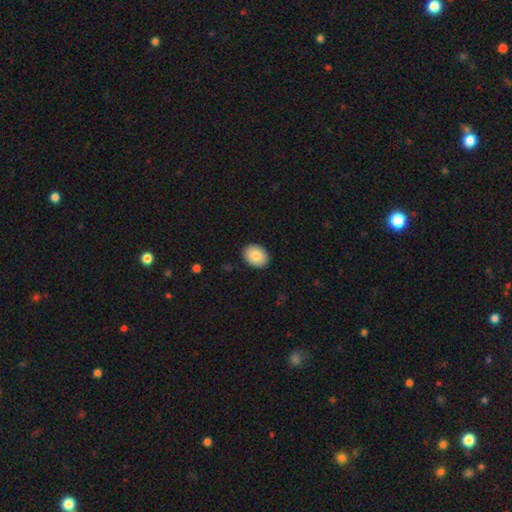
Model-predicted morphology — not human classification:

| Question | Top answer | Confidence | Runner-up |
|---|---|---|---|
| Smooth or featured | smooth | 84% | featured or disk (10%) |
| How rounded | in between | 68% | round (31%) |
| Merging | none | 90% | minor disturbance (7%) |